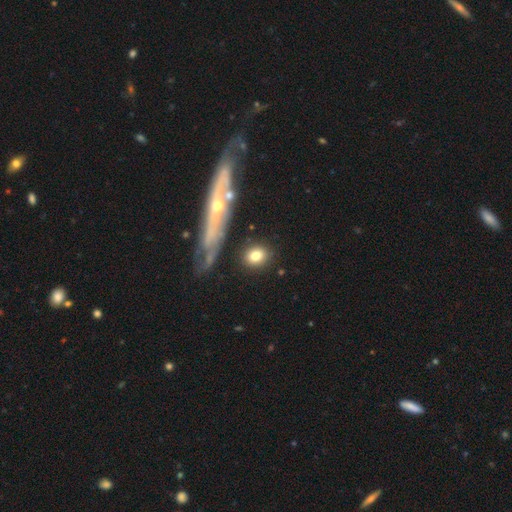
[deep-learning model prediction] The model was most divided on "how rounded": round: 57%, in between: 39%, cigar-shaped: 4%. More confident: merging — none (82%); smooth or featured — smooth (78%).